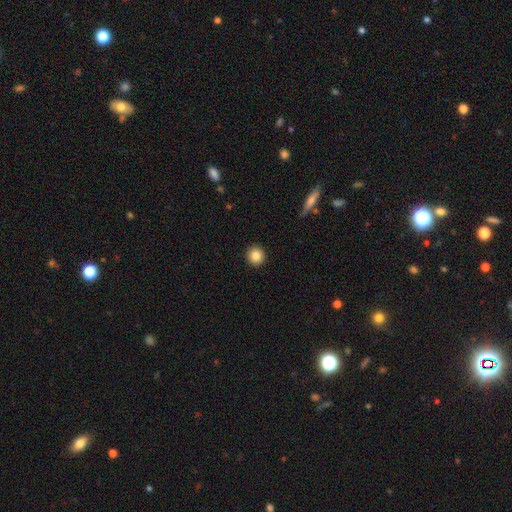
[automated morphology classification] Smooth or featured: smooth — 85% (star or artifact — 9%)
How rounded: round — 93% (in between — 6%)
Merging: none — 92% (minor disturbance — 5%)